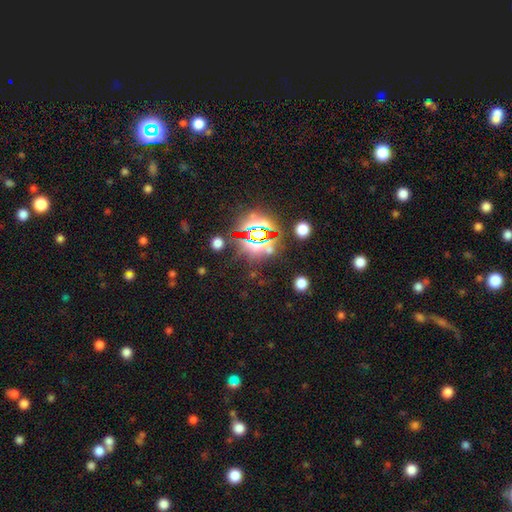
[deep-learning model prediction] Smooth or featured? star or artifact (81%)